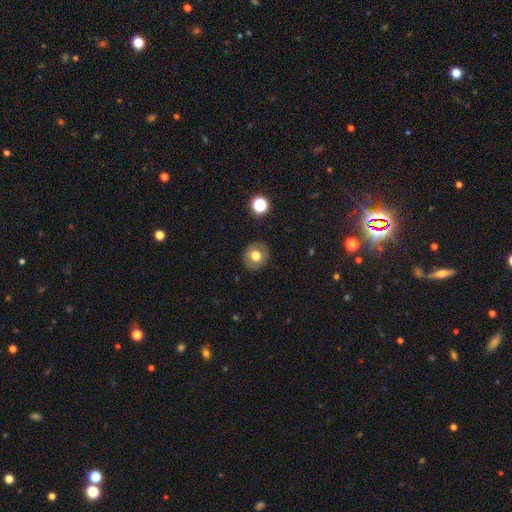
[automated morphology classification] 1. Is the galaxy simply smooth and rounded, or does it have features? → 67% smooth, 23% featured or disk, 10% star or artifact.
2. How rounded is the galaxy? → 84% round, 15% in between, 1% cigar-shaped.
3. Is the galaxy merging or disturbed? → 86% none, 9% minor disturbance, 3% major disturbance, 1% merger.